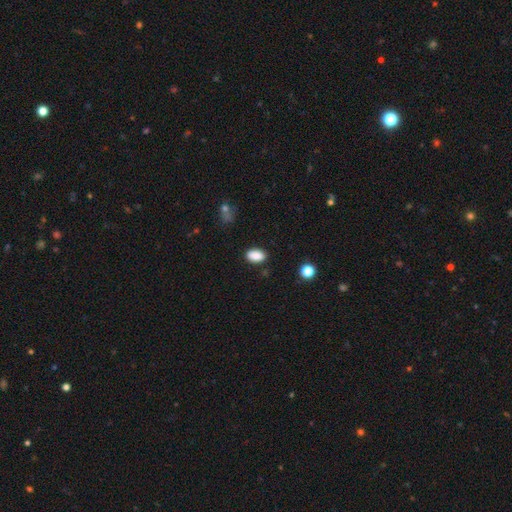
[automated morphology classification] Q: Smooth or featured?
A: smooth (88%); runner-up: star or artifact (8%)
Q: How rounded?
A: in between (90%); runner-up: round (8%)
Q: Merging?
A: none (85%); runner-up: minor disturbance (11%)